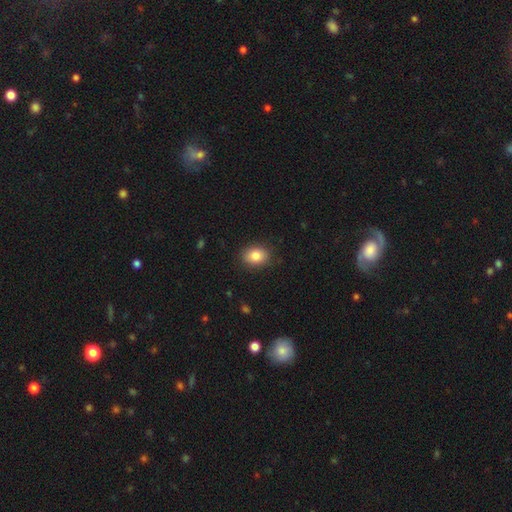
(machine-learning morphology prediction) smooth_or_featured: smooth (p=0.84) [alt: star or artifact p=0.09]
how_rounded: in between (p=0.60) [alt: round p=0.39]
merging: none (p=0.87) [alt: minor disturbance p=0.10]